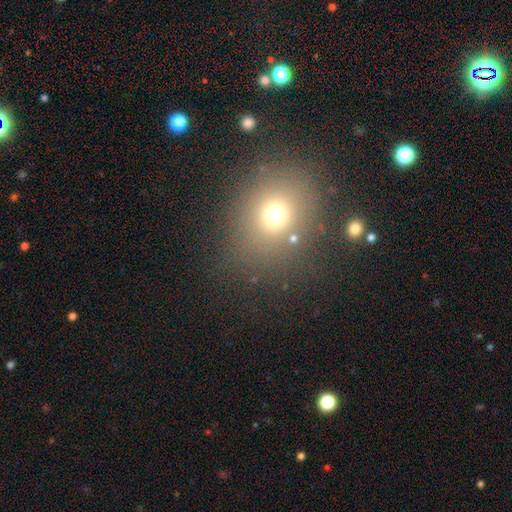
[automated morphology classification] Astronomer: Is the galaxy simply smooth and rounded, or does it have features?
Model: smooth — 60%.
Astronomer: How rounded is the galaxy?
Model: round — 70%.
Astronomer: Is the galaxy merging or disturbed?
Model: none — 84%.